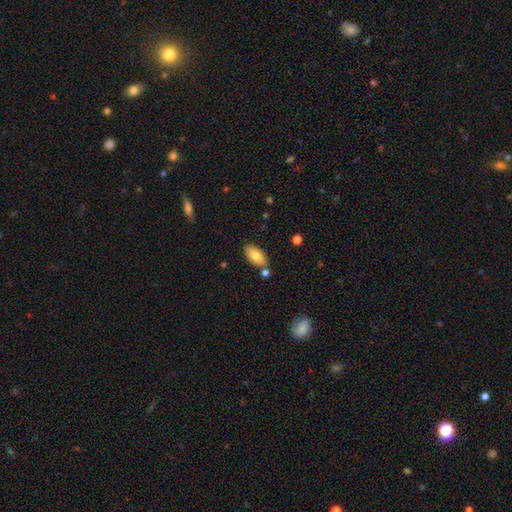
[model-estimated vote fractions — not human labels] Q: Smooth or featured?
A: smooth (80%); runner-up: featured or disk (14%)
Q: How rounded?
A: in between (93%); runner-up: cigar-shaped (5%)
Q: Merging?
A: none (78%); runner-up: minor disturbance (12%)